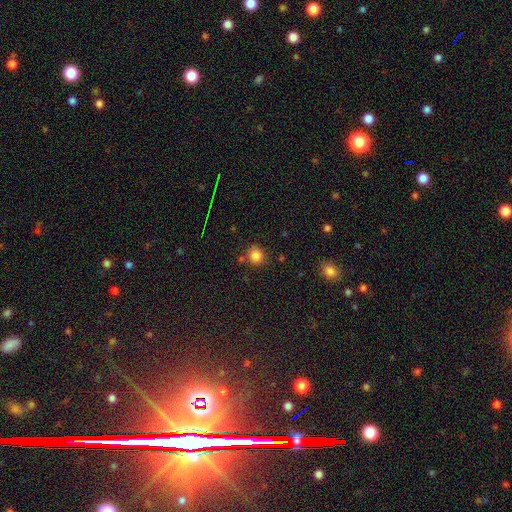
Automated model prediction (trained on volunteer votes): This is clearly a smooth galaxy (82%). How rounded: clearly round (89%). Merging: likely none (79%).